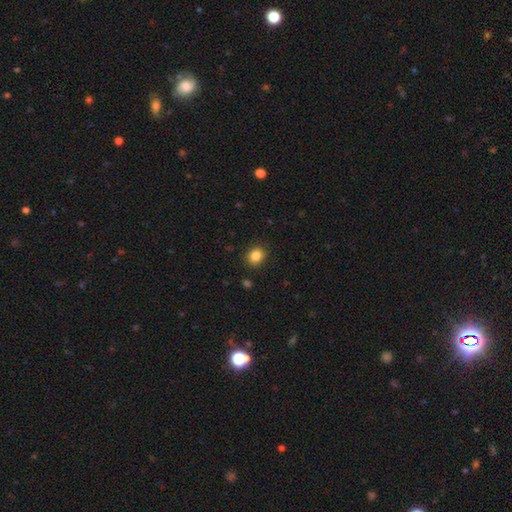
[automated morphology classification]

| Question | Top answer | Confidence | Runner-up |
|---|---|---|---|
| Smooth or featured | smooth | 85% | star or artifact (10%) |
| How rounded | round | 66% | in between (33%) |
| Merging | none | 90% | minor disturbance (7%) |